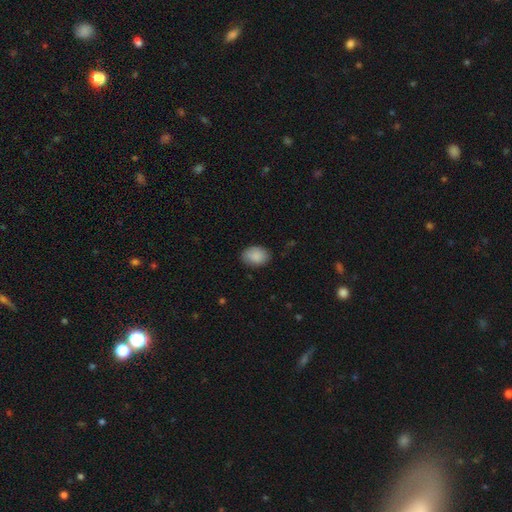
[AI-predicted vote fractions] Morphology: type=smooth (88%); roundness=in between (77%); merging=none (82%).